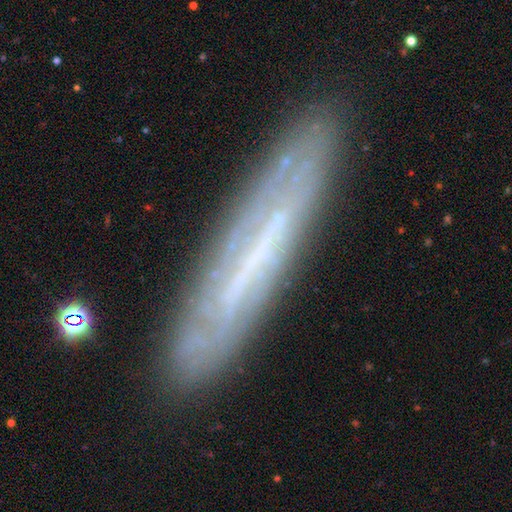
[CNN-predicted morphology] A featured or disk galaxy (62%) viewed edge-on (65%). Merging: none (81%).